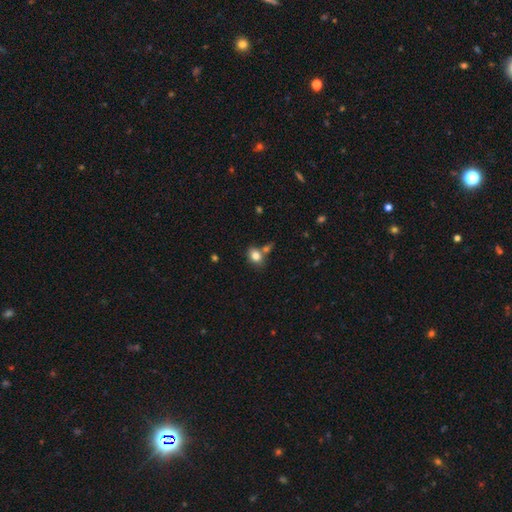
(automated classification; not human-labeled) Smooth or featured: smooth — 82% (star or artifact — 10%)
How rounded: in between — 66% (round — 32%)
Merging: none — 56% (merger — 24%)